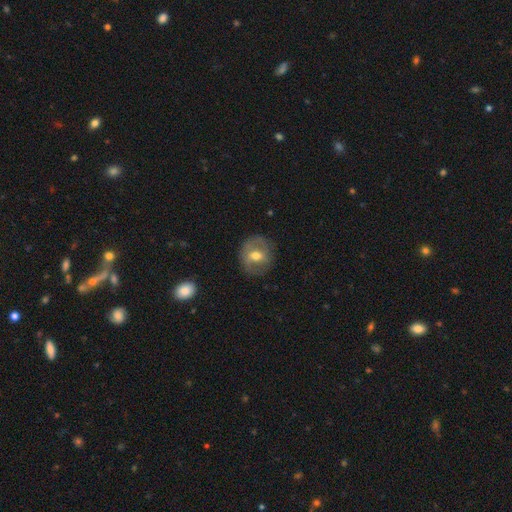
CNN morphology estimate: smooth_or_featured: featured or disk (p=0.46) [tied with: smooth p=0.46]
merging: none (p=0.81) [alt: minor disturbance p=0.13]